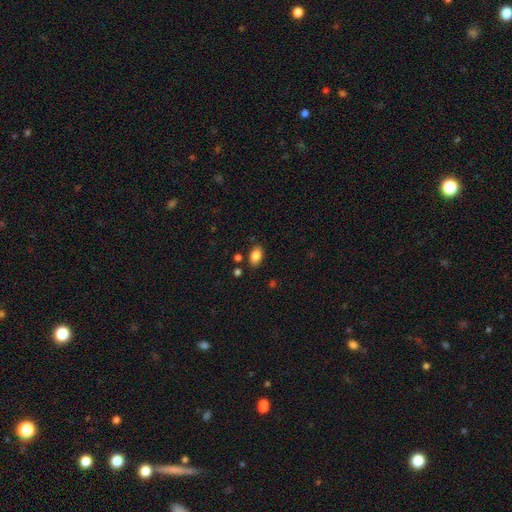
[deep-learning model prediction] Smooth or featured? smooth (85%)
How rounded? in between (89%)
Merging? none (83%)